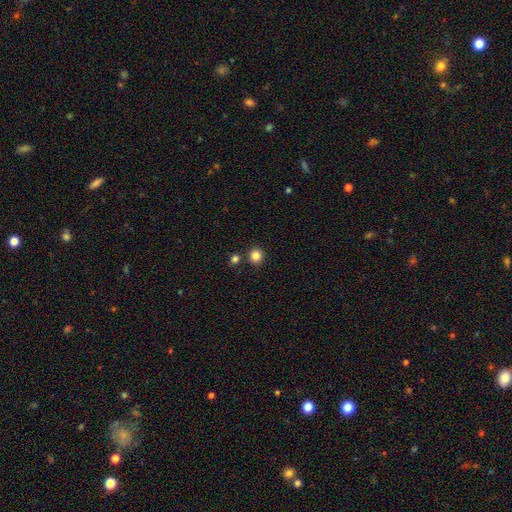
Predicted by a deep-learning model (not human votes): Smooth or featured?
  - smooth: 84% *
  - star or artifact: 12%
  - featured or disk: 4%
How rounded?
  - round: 89% *
  - in between: 10%
  - cigar-shaped: 1%
Merging?
  - none: 85% *
  - merger: 6%
  - minor disturbance: 6%
  - major disturbance: 2%